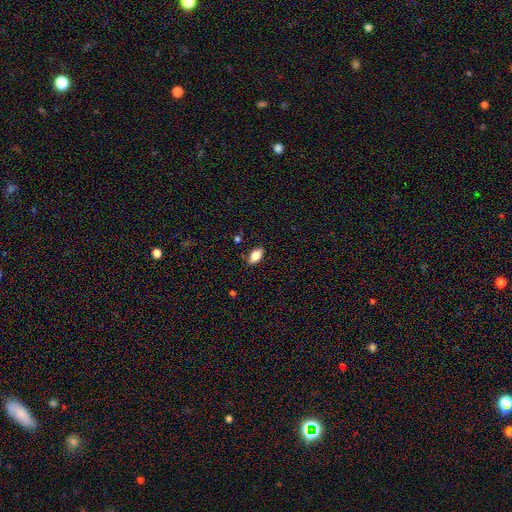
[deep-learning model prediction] Overall: smooth (80%). How rounded: in between (90%). Merging: none (85%).